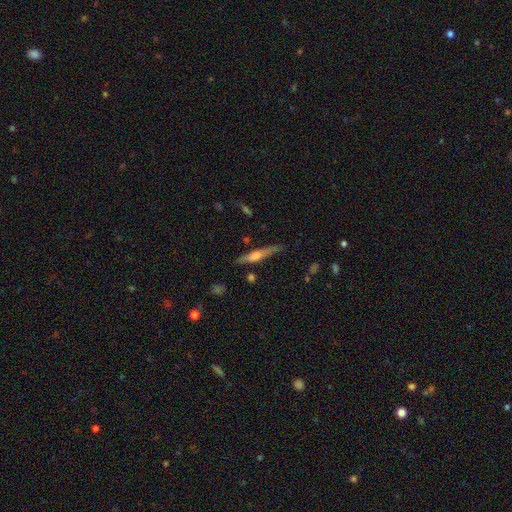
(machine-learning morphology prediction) This appears to be a featured or disk galaxy (54%) viewed edge-on (95%) with a rounded central bulge (70%). Merging: none (80%).